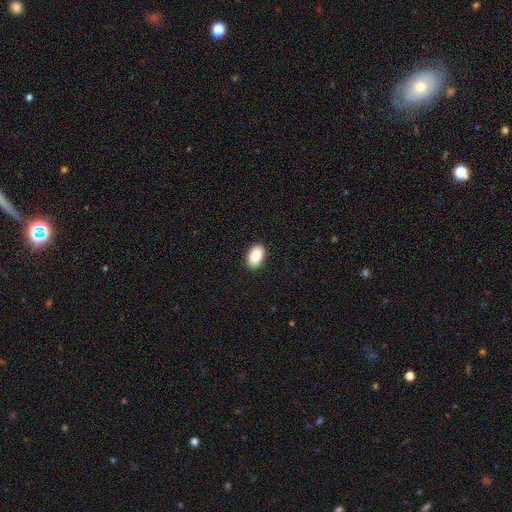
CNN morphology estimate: This is clearly a smooth galaxy (87%). How rounded: clearly in between (92%). Merging: clearly none (91%).